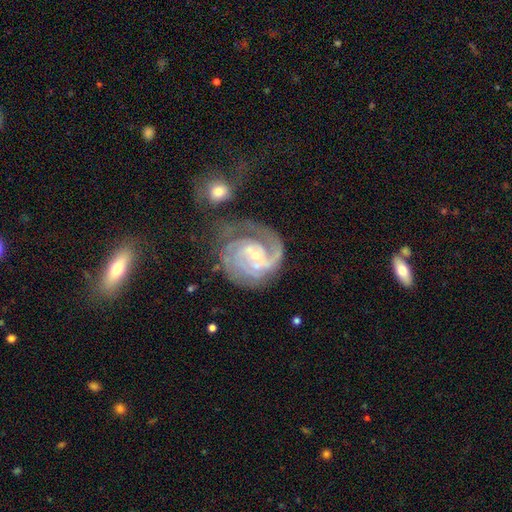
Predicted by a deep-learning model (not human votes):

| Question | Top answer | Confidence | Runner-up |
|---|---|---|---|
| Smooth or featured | featured or disk | 89% | smooth (6%) |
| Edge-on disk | no | 98% | yes (2%) |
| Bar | no | 56% | weak (35%) |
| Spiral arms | yes | 97% | no (3%) |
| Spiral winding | tight | 62% | medium (30%) |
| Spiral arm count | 2 | 40% | 3 (21%) |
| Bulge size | small | 71% | moderate (24%) |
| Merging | none | 46% | minor disturbance (19%) |